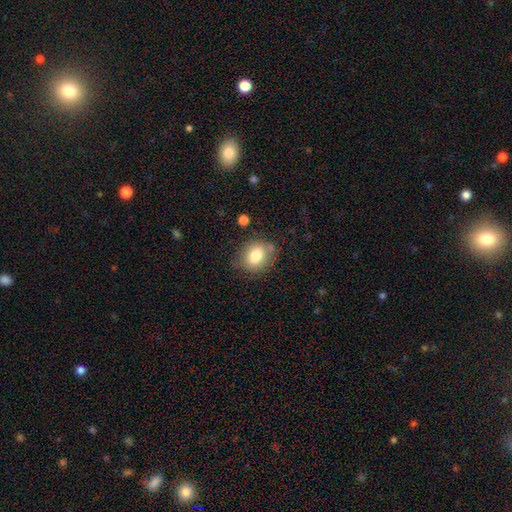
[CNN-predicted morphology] smooth-or-featured: smooth: 79% | featured or disk: 12% | star or artifact: 9%
  how-rounded: in between: 53% | round: 46% | cigar-shaped: 1%
  merging: none: 73% | minor disturbance: 18% | major disturbance: 5% | merger: 4%